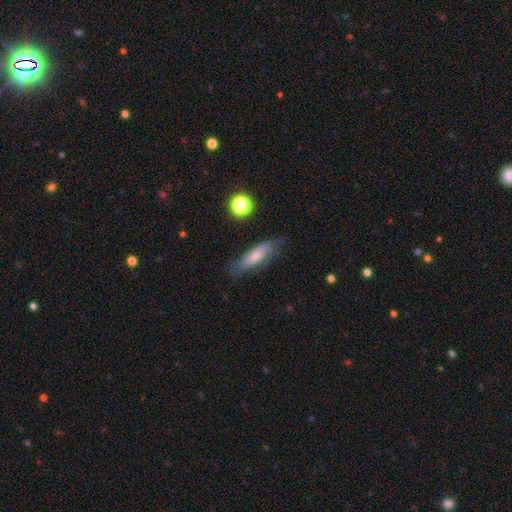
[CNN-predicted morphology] This appears to be a smooth galaxy with no disk features (55%) that is in between round and cigar-shaped (55%). Merging: none (66%).